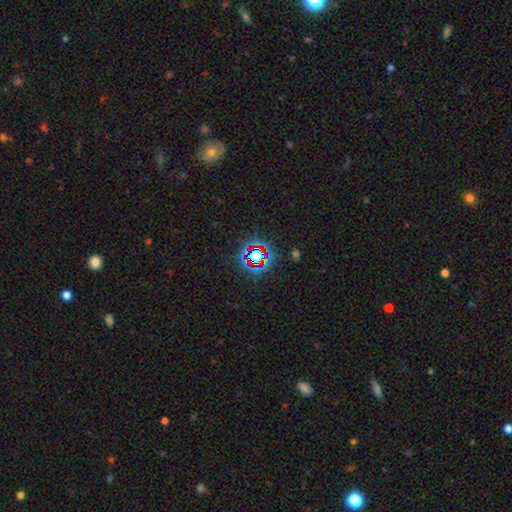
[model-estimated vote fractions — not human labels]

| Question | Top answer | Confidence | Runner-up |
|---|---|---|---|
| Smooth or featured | star or artifact | 72% | smooth (18%) |